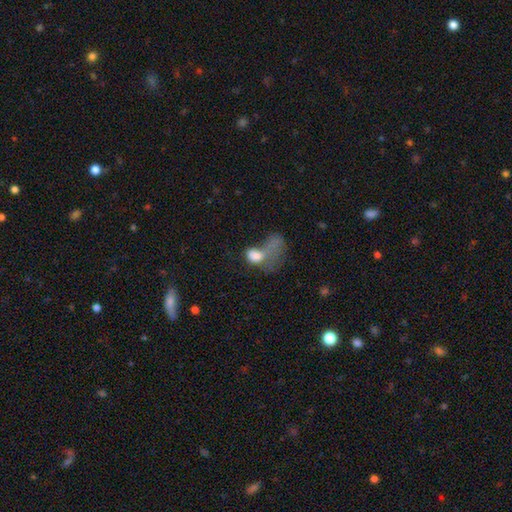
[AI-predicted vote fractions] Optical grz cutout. It shows a smooth galaxy with no disk features (63%) that is in between round and cigar-shaped (79%). Merging: major disturbance (57%).